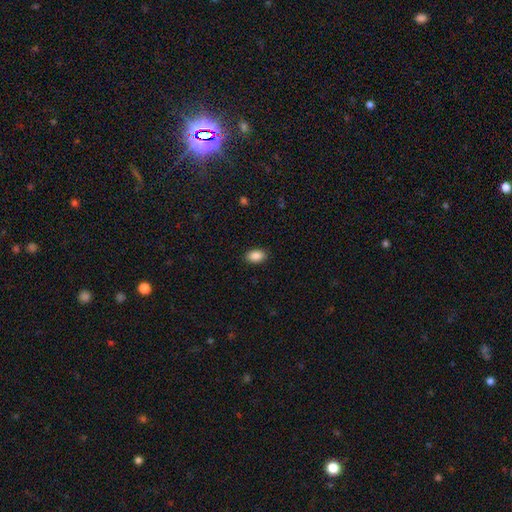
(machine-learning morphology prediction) Q: Smooth or featured?
A: smooth (90%); runner-up: star or artifact (8%)
Q: How rounded?
A: in between (89%); runner-up: round (9%)
Q: Merging?
A: none (89%); runner-up: minor disturbance (8%)